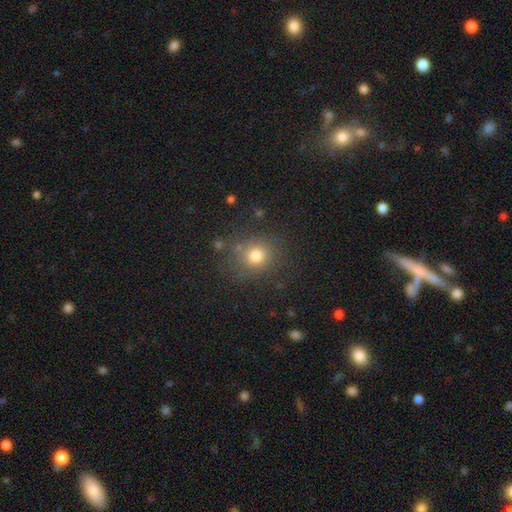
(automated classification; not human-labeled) Overall: smooth (76%). How rounded: round (80%). Merging: none (79%).